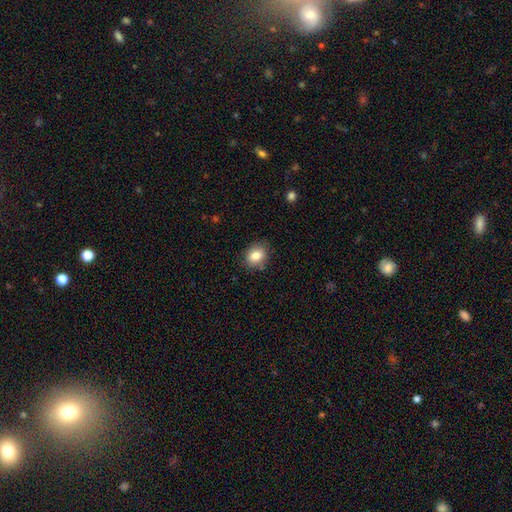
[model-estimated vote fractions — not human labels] A smooth galaxy with no disk features (83%) that is in between round and cigar-shaped (53%). Merging: none (81%).